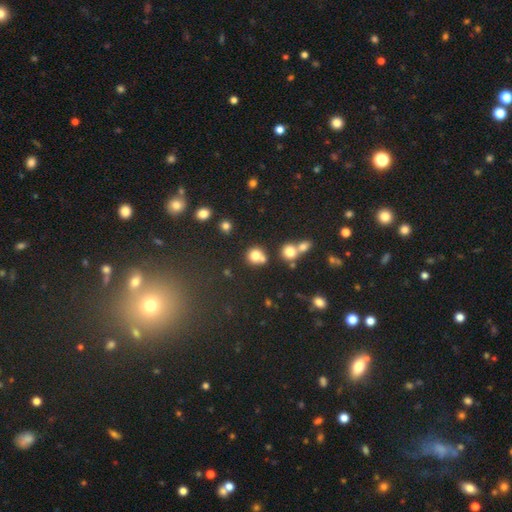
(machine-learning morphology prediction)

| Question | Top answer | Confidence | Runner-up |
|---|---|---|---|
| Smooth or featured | smooth | 77% | star or artifact (14%) |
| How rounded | round | 85% | in between (14%) |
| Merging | none | 54% | merger (33%) |